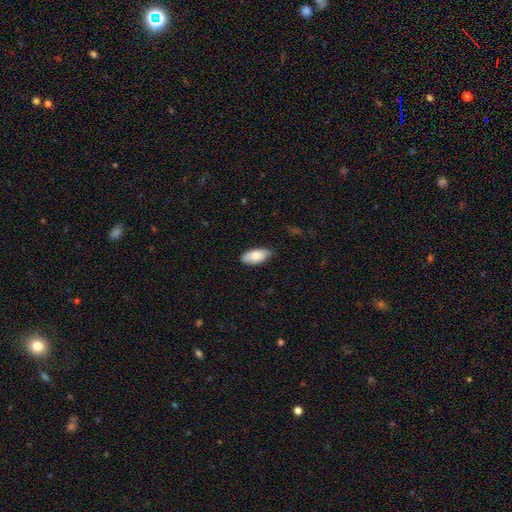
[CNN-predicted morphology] Smooth or featured? smooth (80%)
How rounded? in between (93%)
Merging? none (75%)